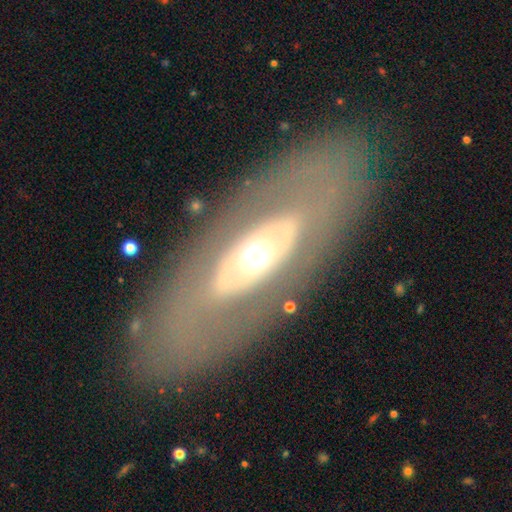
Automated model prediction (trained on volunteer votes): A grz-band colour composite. It shows a featured or disk galaxy (67%) with no bar (77%), no spiral arms (77%) and a moderate central bulge (56%). Merging: none (73%).